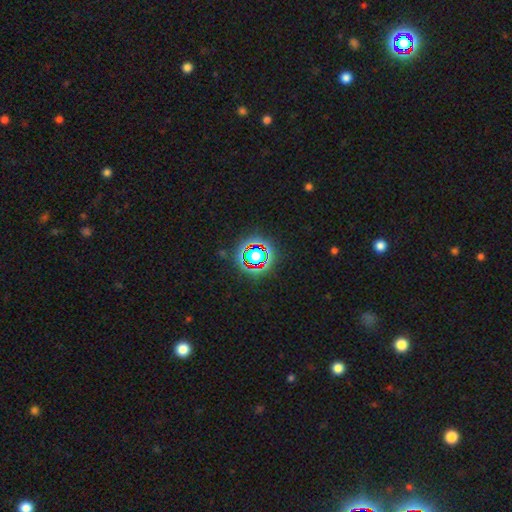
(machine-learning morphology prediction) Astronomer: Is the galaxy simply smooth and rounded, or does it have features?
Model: star or artifact — 60%.